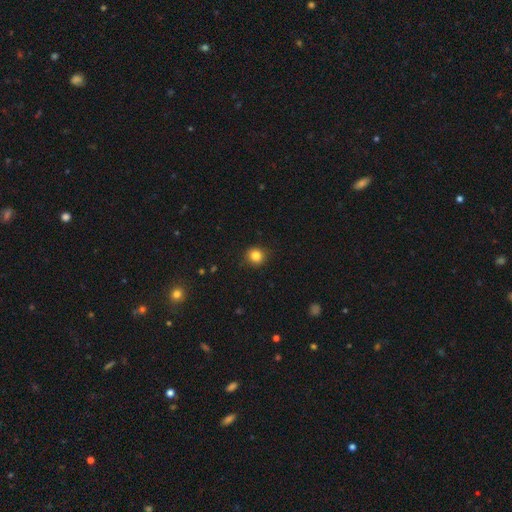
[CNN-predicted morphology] This is clearly a smooth galaxy (84%). How rounded: clearly round (91%). Merging: clearly none (90%).